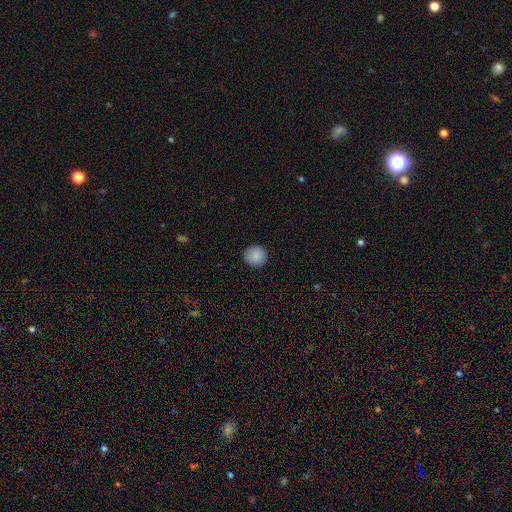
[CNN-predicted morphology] A smooth galaxy with no disk features (88%) that is round (94%). Merging: none (92%).